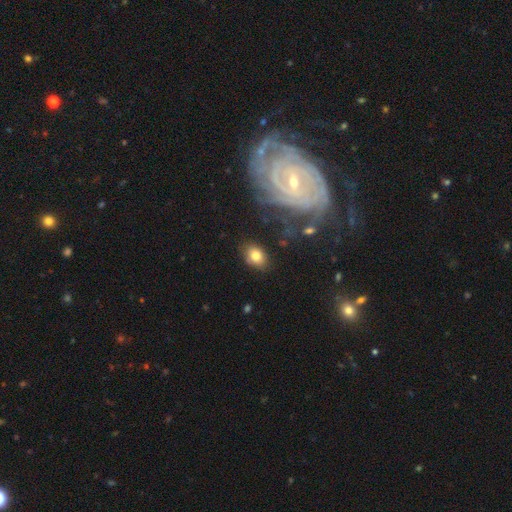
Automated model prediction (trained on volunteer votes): Smooth or featured? smooth (74%)
How rounded? in between (73%)
Merging? none (77%)